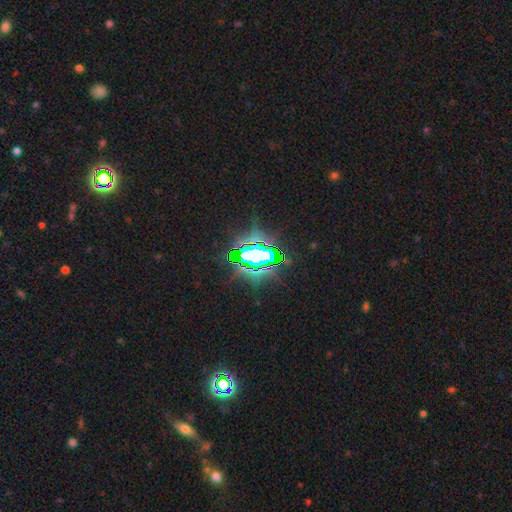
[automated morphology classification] smooth-or-featured: star or artifact: 76% | featured or disk: 13% | smooth: 11%